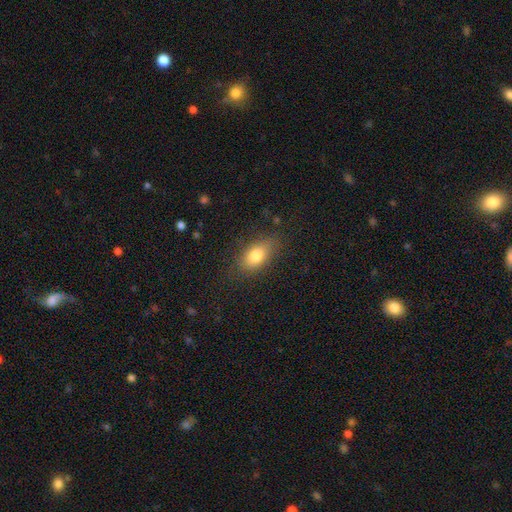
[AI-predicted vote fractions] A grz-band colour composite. It shows a smooth galaxy with no disk features (79%) that is in between round and cigar-shaped (86%). Merging: none (79%).